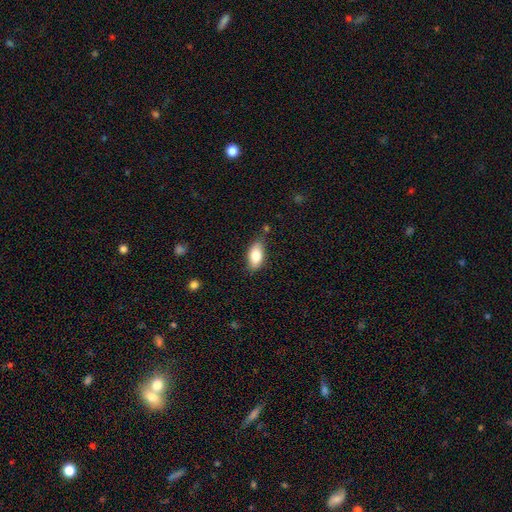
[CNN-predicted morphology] Overall: smooth (81%). How rounded: in between (89%). Merging: none (76%).